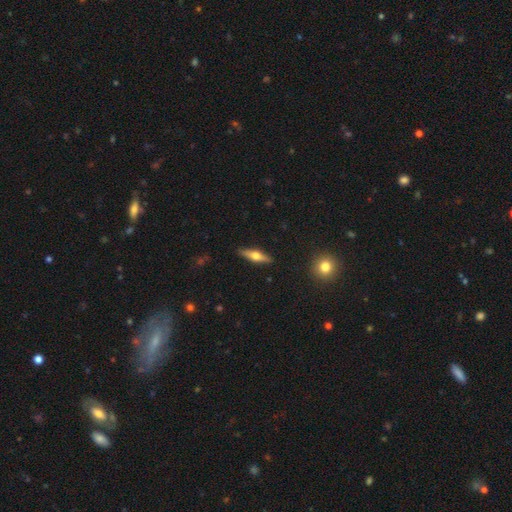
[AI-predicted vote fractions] featured or disk 55%, smooth 38%, star or artifact 6%. Down the decision tree: edge-on disk — yes (94%); edge-on bulge — rounded (93%); merging — none (90%).